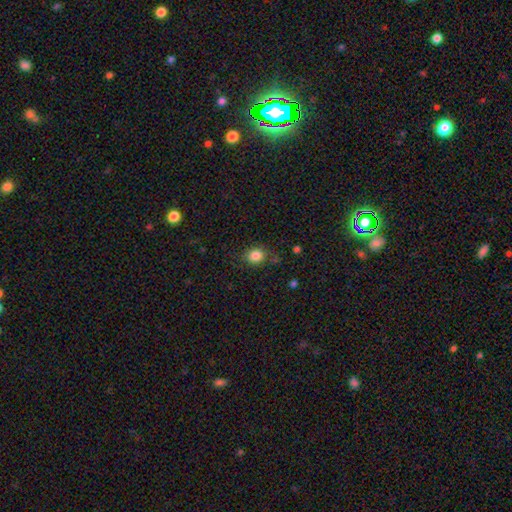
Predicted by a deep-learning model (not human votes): This appears to be a smooth galaxy with no disk features (84%) that is round (64%). Merging: none (78%).